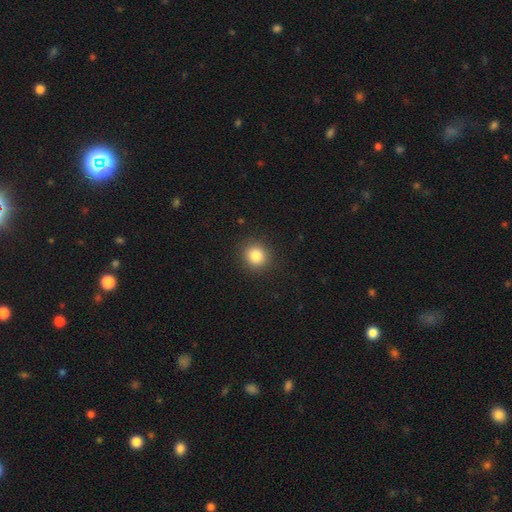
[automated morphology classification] This is clearly a smooth galaxy (84%). How rounded: clearly round (86%). Merging: clearly none (90%).